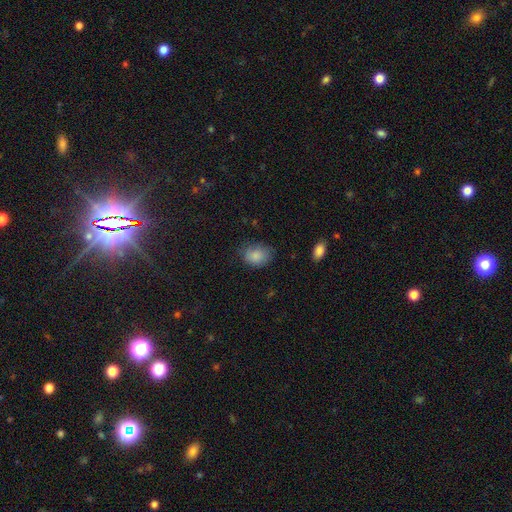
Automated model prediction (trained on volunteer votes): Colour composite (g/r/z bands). It shows a smooth galaxy with no disk features (85%) that is in between round and cigar-shaped (61%). Merging: none (68%).